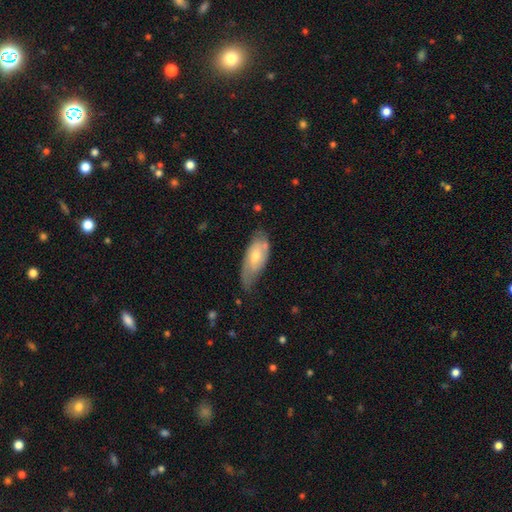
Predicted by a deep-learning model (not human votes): The model was most divided on "smooth or featured": featured or disk: 54%, smooth: 40%, star or artifact: 6%. More confident: edge-on disk — no (83%); merging — none (56%).